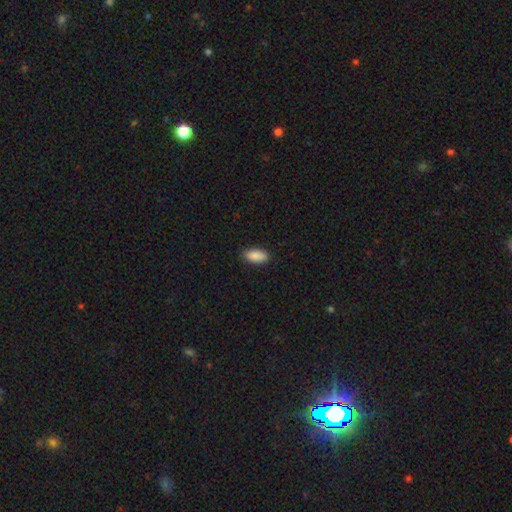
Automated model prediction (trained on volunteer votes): Overall: smooth (90%). How rounded: in between (91%). Merging: none (89%).